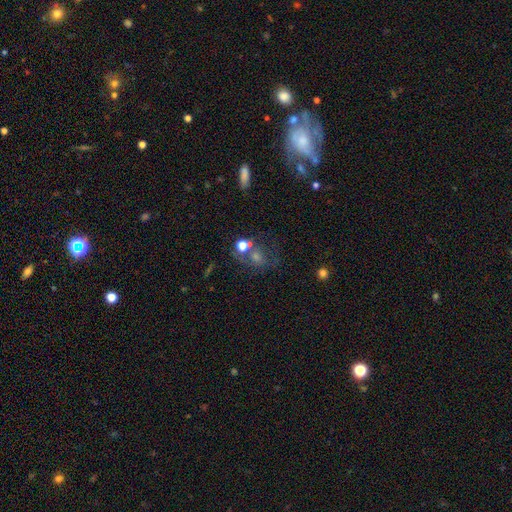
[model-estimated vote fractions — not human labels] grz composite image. It shows a smooth galaxy with no disk features (44%). Merging: none (47%).